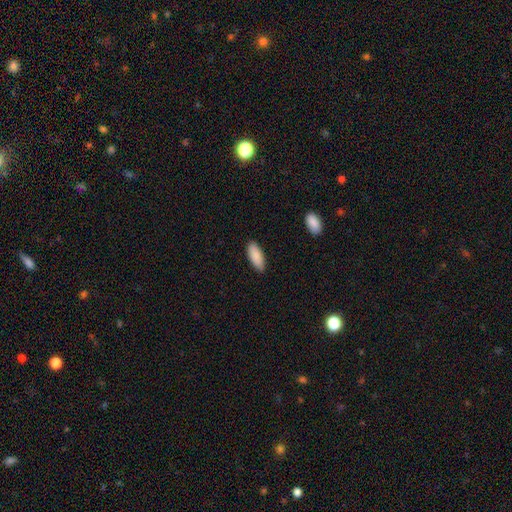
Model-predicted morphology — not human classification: Smooth or featured?
  - smooth: 89% *
  - star or artifact: 6%
  - featured or disk: 5%
How rounded?
  - in between: 76% *
  - cigar-shaped: 22%
  - round: 2%
Merging?
  - none: 89% *
  - minor disturbance: 8%
  - major disturbance: 2%
  - merger: 1%